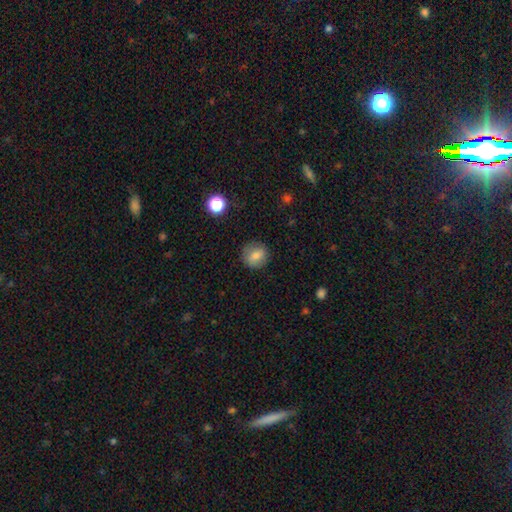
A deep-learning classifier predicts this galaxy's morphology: smooth 77%, featured or disk 13%, star or artifact 10%. Down the decision tree: how rounded — round (84%); merging — none (85%).